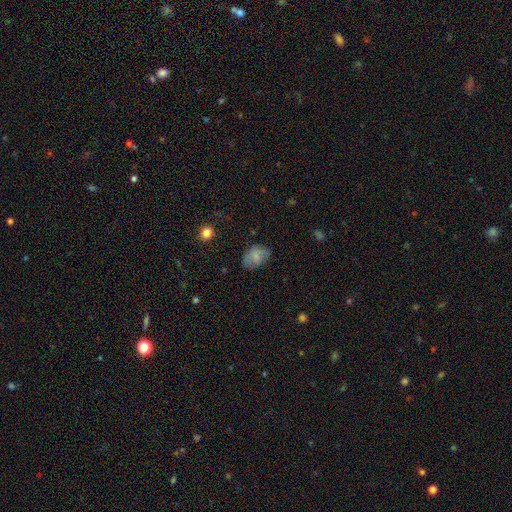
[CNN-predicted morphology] Overall: smooth (67%). How rounded: in between (81%). Merging: none (65%).